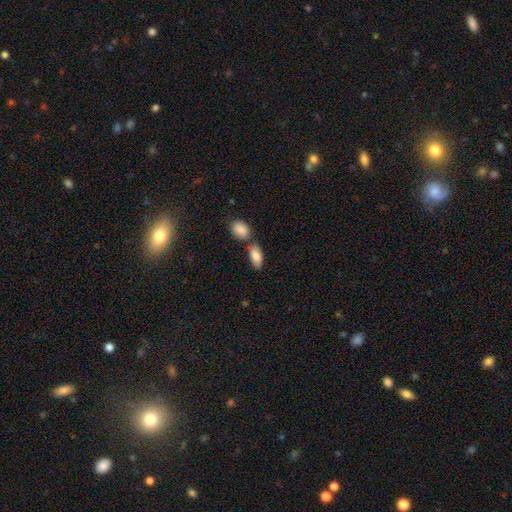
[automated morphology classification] type=smooth (86%); roundness=in between (89%); merging=none (57%).